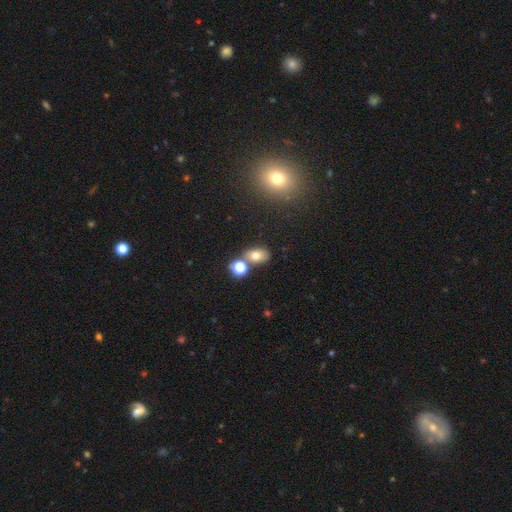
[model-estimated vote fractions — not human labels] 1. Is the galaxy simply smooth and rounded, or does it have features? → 72% smooth, 16% star or artifact, 12% featured or disk.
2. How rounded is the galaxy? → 75% in between, 23% round, 2% cigar-shaped.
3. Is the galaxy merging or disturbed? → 64% none, 20% merger, 12% minor disturbance, 4% major disturbance.